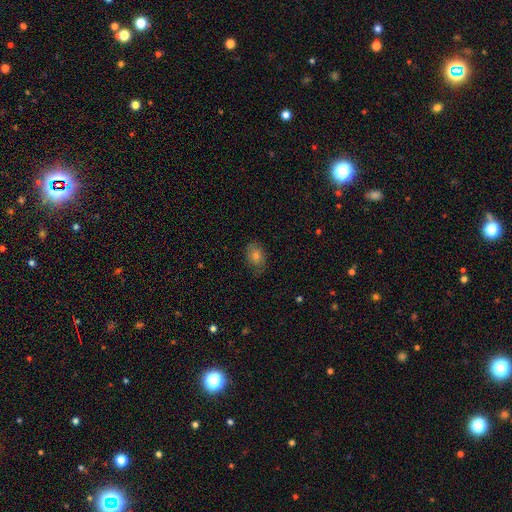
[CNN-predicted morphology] Smooth or featured?
  - smooth: 56% *
  - featured or disk: 27%
  - star or artifact: 18%
How rounded?
  - in between: 66% *
  - round: 32%
  - cigar-shaped: 1%
Merging?
  - none: 73% *
  - minor disturbance: 19%
  - major disturbance: 7%
  - merger: 1%